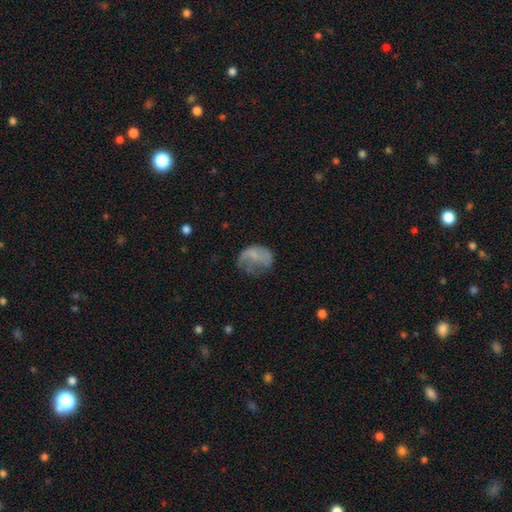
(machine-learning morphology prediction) The model was most divided on "merging": major disturbance: 37%, none: 33%, minor disturbance: 29%, merger: 2%. More confident: how rounded — in between (59%); smooth or featured — smooth (51%).